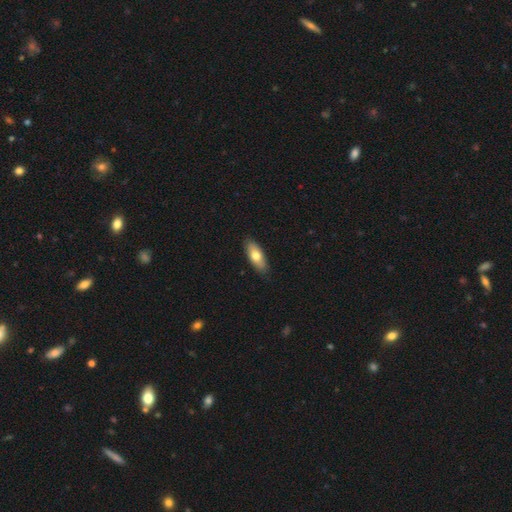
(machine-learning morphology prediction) smooth 70%, featured or disk 24%, star or artifact 6%. Down the decision tree: how rounded — in between (73%); merging — none (87%).